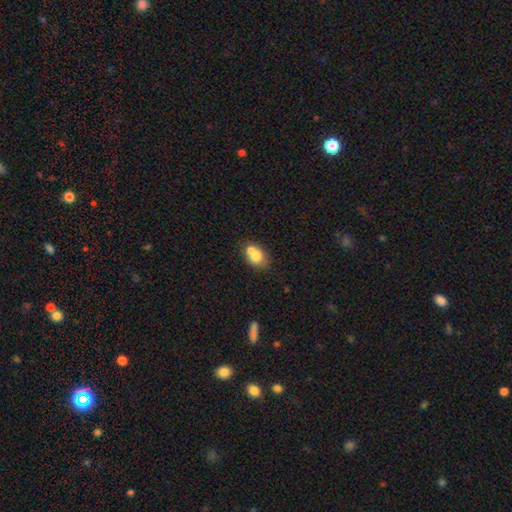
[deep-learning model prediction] smooth 72%, featured or disk 19%, star or artifact 9%. Down the decision tree: how rounded — in between (60%); merging — merger (51%).